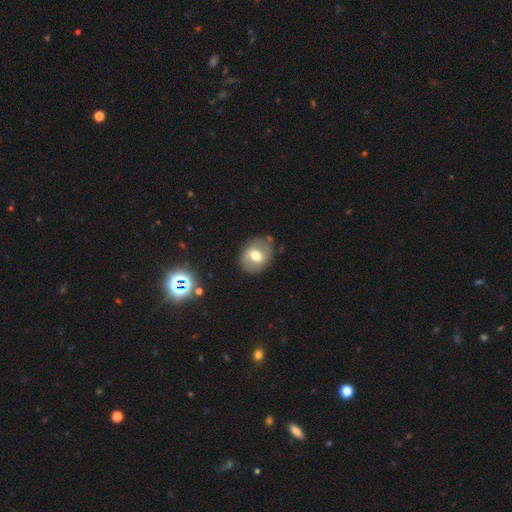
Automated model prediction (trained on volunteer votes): smooth_or_featured: smooth (p=0.50) [alt: featured or disk p=0.41]
how_rounded: round (p=0.52) [alt: in between p=0.47]
merging: none (p=0.78) [alt: minor disturbance p=0.14]